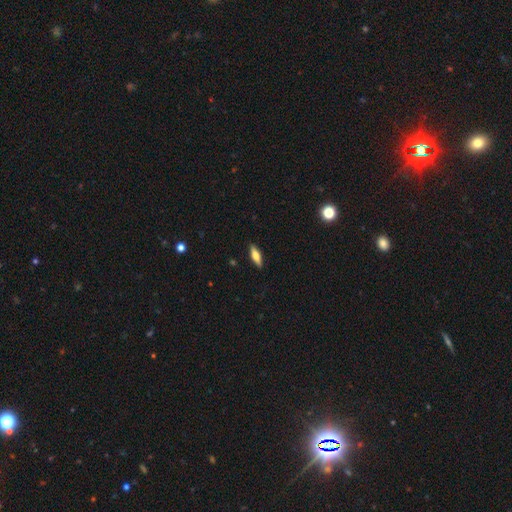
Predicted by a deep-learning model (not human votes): Overall: smooth (56%; featured or disk 37%). How rounded: in between (50%; cigar-shaped 47%). Merging: none (89%).